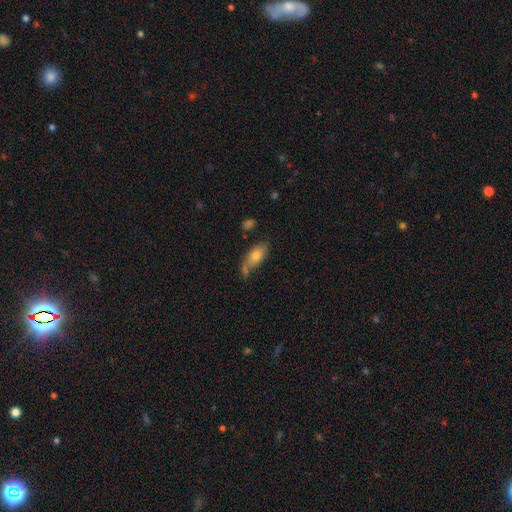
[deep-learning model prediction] smooth 69%, featured or disk 24%, star or artifact 7%. Down the decision tree: how rounded — in between (86%); merging — none (52%).